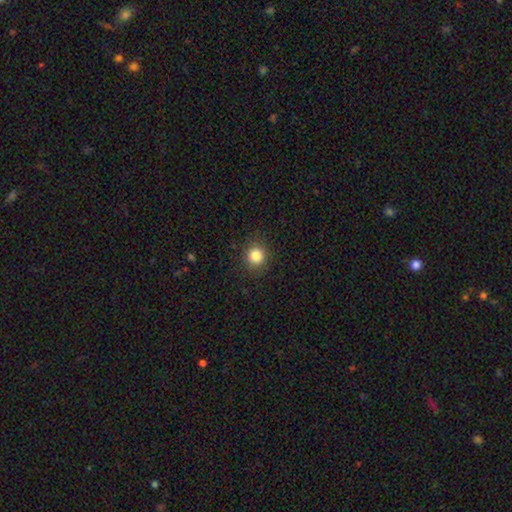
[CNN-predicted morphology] This is clearly a smooth galaxy (83%). How rounded: clearly round (90%). Merging: clearly none (90%).